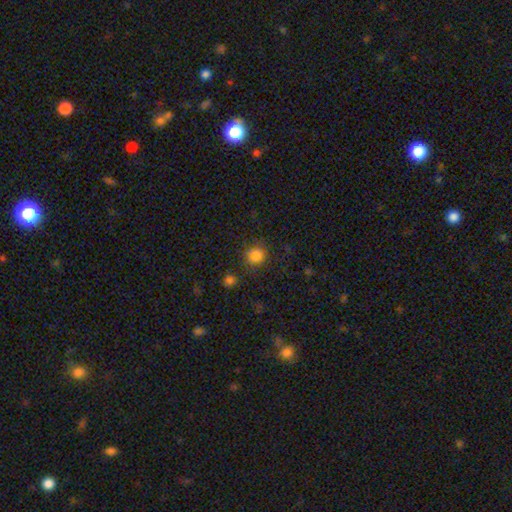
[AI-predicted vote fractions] Smooth or featured? smooth (83%)
How rounded? round (88%)
Merging? none (83%)